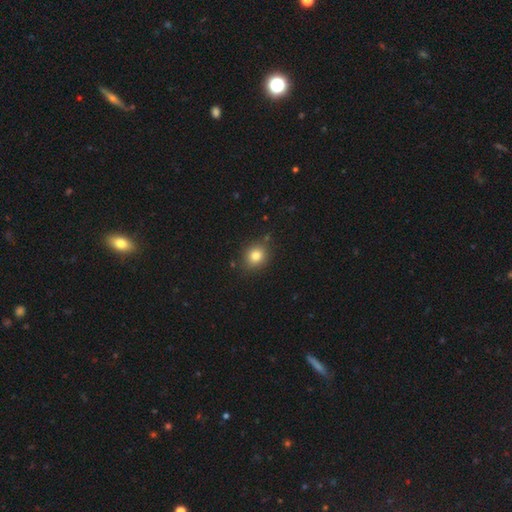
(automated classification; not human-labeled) The model was most divided on "how rounded": round: 69%, in between: 30%, cigar-shaped: 1%. More confident: merging — none (83%); smooth or featured — smooth (81%).